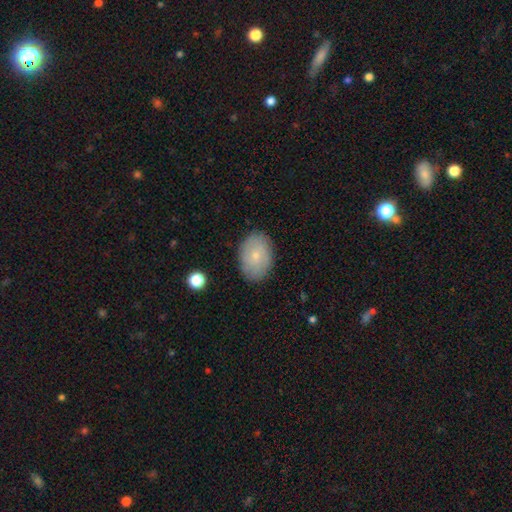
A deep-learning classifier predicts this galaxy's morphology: Overall: smooth (70%). How rounded: in between (82%). Merging: none (85%).